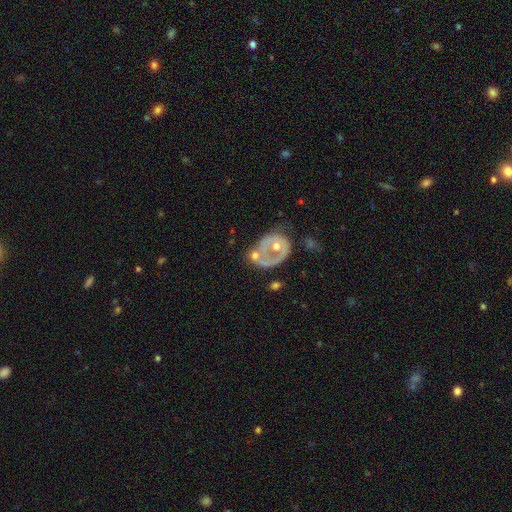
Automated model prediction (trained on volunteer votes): A featured or disk galaxy (59%) with no bar (88%), no spiral arms (75%) and a moderate central bulge (62%).

Vote fractions:
- Smooth or featured? featured or disk: 59% / smooth: 34% / star or artifact: 8%
- Edge-on disk? no: 97% / yes: 3%
- Bar? no: 88% / weak: 10% / strong: 3%
- Spiral arms? no: 75% / yes: 25%
- Bulge size? moderate: 62% / small: 22% / none: 8% / large: 6% / dominant: 2%
- Merging? merger: 33% / none: 27% / major disturbance: 24% / minor disturbance: 16%